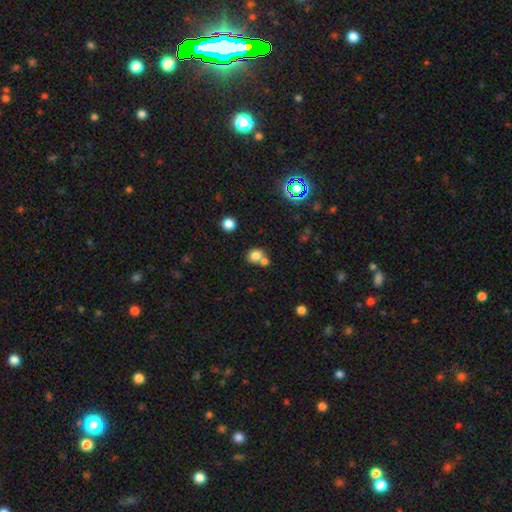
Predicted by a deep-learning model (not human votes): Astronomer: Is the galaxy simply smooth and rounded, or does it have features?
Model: smooth — 78%.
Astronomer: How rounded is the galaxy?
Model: round — 67%.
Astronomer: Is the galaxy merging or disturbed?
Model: none — 46% (runner-up: merger, 43%).